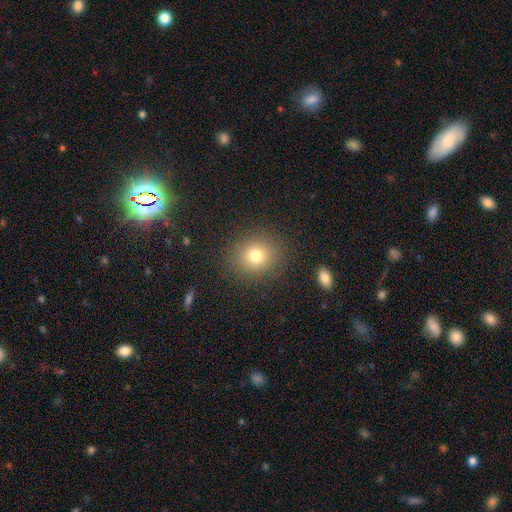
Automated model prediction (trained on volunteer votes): Q: Smooth or featured?
A: smooth (76%); runner-up: star or artifact (15%)
Q: How rounded?
A: round (85%); runner-up: in between (14%)
Q: Merging?
A: none (88%); runner-up: minor disturbance (8%)